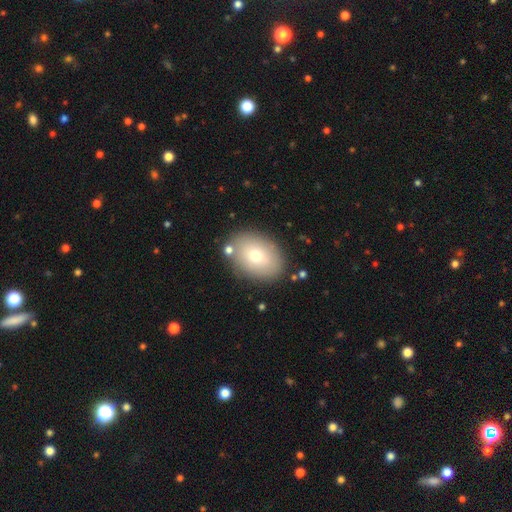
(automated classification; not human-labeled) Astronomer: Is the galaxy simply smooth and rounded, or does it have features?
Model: smooth — 72%.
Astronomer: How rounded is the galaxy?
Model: in between — 75%.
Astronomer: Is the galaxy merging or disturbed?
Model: none — 83%.